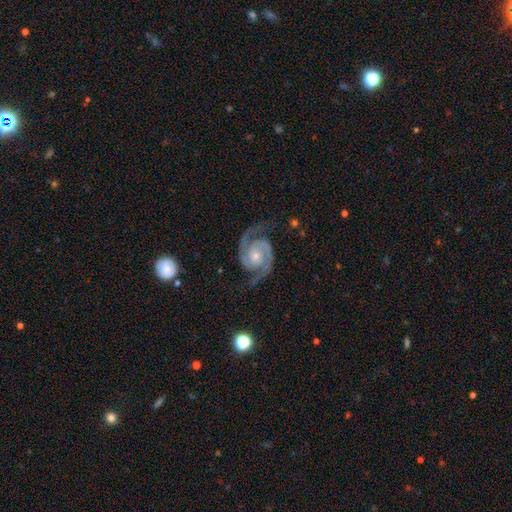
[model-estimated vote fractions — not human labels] This appears to be a featured or disk galaxy (94%) with no bar (67%), 2 (94%) medium (50%) spiral arms (99%) and a small central bulge (51%). Merging: none (80%).